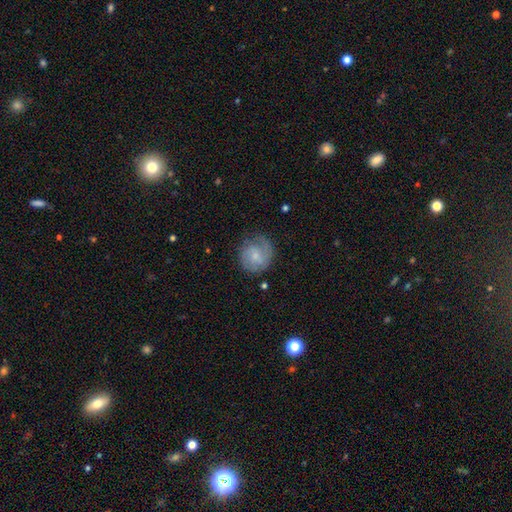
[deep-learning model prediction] featured or disk 56%, smooth 37%, star or artifact 7%. Down the decision tree: edge-on disk — no (98%); bar — no (57%); spiral arms — yes (88%); bulge size — small (54%); merging — none (67%).